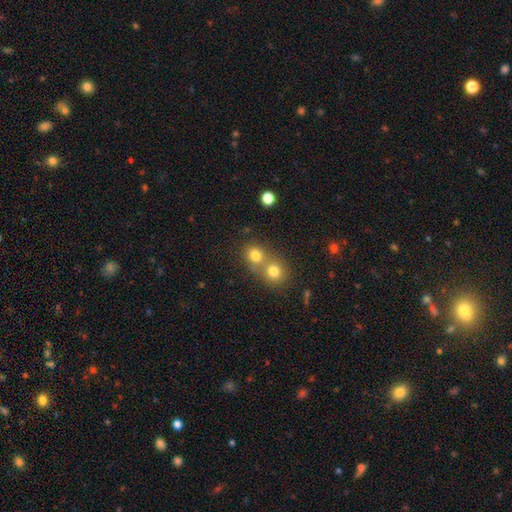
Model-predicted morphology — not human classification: Smooth or featured: smooth — 77% (star or artifact — 14%)
How rounded: round — 83% (in between — 16%)
Merging: merger — 46% (tied with none — 46%)